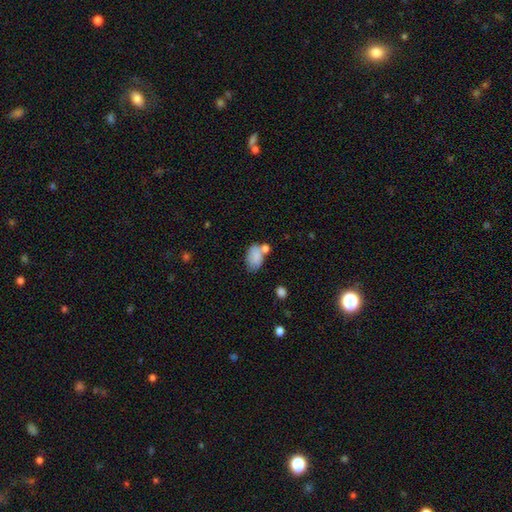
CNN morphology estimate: type=smooth (81%); roundness=in between (88%); merging=none (44%).